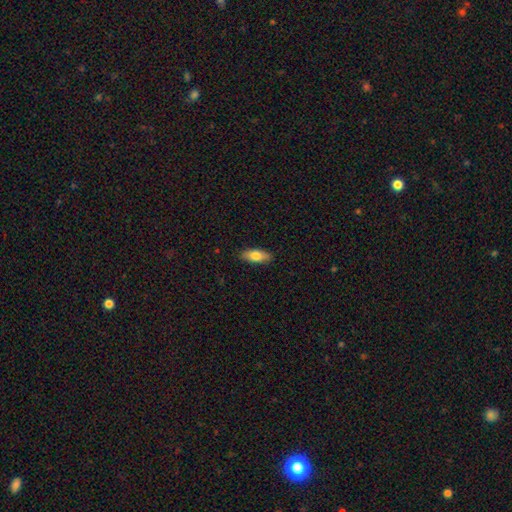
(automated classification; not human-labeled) Morphology: type=smooth (77%); roundness=in between (77%); merging=none (88%).